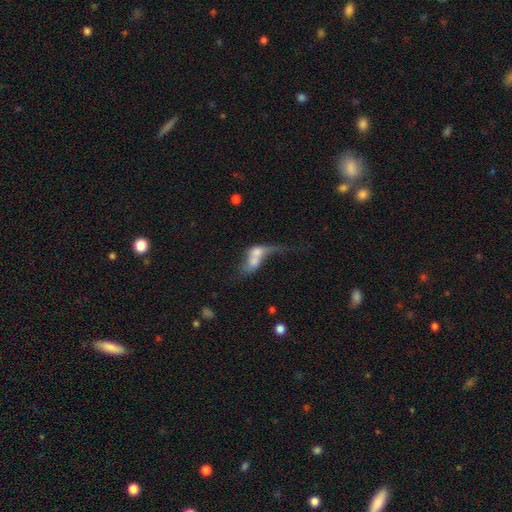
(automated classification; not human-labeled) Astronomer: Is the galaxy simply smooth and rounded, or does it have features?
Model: smooth — 49% (runner-up: featured or disk, 40%).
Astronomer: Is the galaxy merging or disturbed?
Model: merger — 63%.